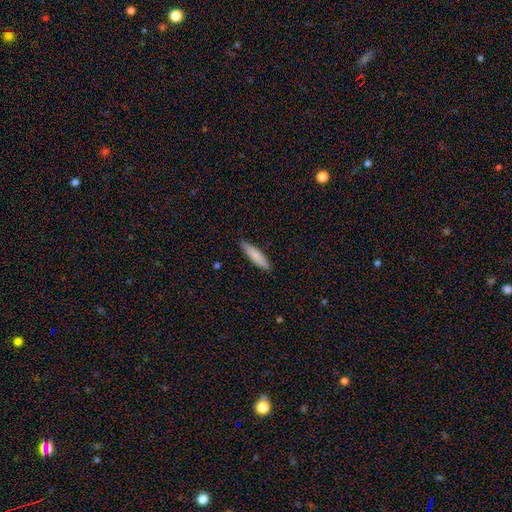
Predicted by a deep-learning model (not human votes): A smooth galaxy with no disk features (84%) that is cigar-shaped (74%). Merging: none (88%).